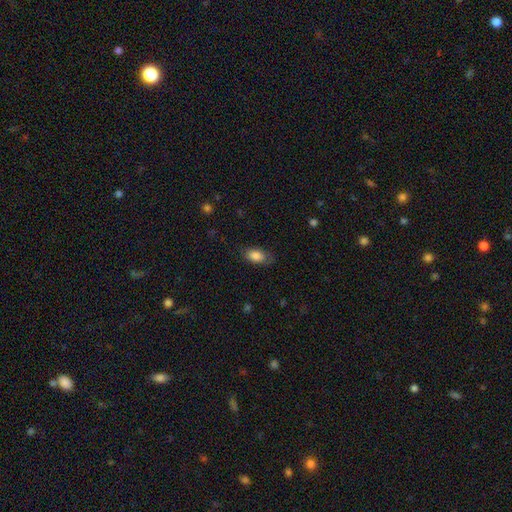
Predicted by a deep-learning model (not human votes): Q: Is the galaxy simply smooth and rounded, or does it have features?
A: smooth — 84%.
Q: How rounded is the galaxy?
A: in between — 90%.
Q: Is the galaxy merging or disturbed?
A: none — 75%.